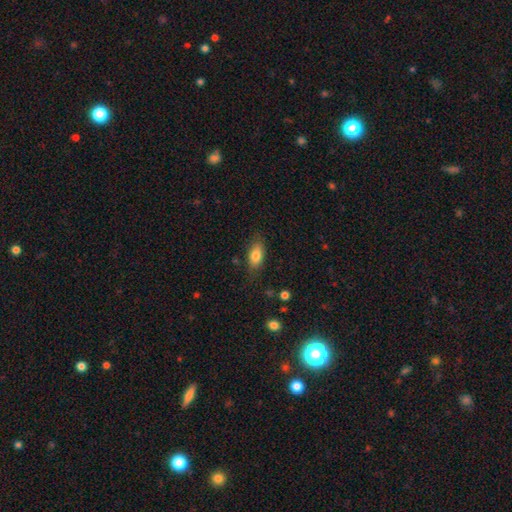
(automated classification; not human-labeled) Smooth or featured: smooth — 80% (featured or disk — 12%)
How rounded: in between — 86% (cigar-shaped — 9%)
Merging: none — 77% (minor disturbance — 17%)